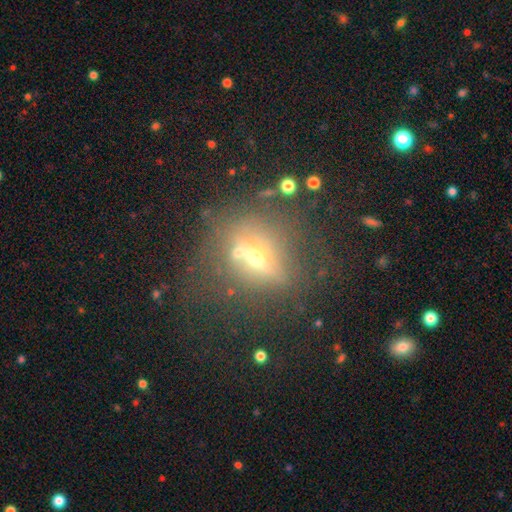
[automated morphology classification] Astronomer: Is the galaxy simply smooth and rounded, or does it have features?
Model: featured or disk — 42% (runner-up: smooth, 35%).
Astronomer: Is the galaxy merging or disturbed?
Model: none — 52%.